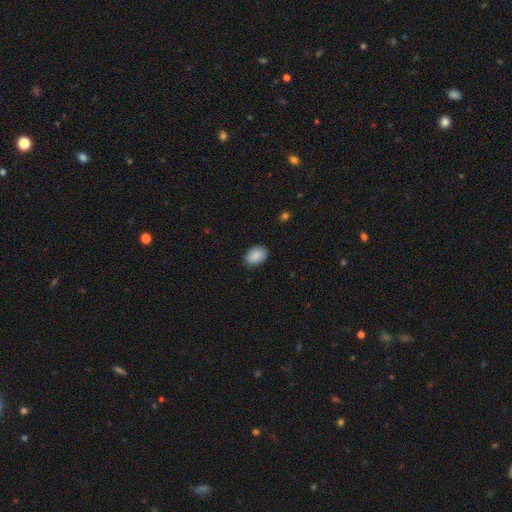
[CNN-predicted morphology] This appears to be a smooth galaxy with no disk features (89%) that is in between round and cigar-shaped (82%). Merging: none (86%).